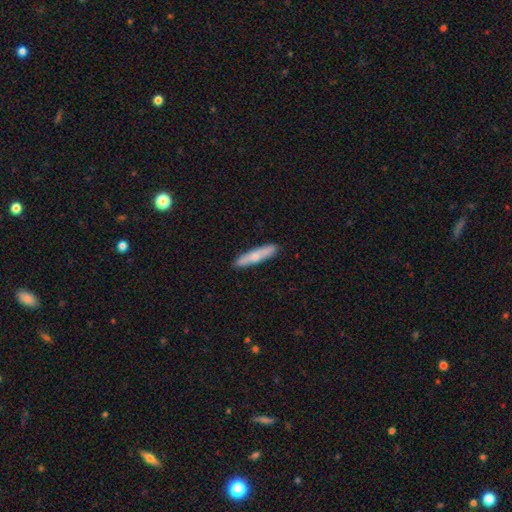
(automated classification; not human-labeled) Morphology: type=smooth (61%); roundness=cigar-shaped (89%); merging=none (88%).